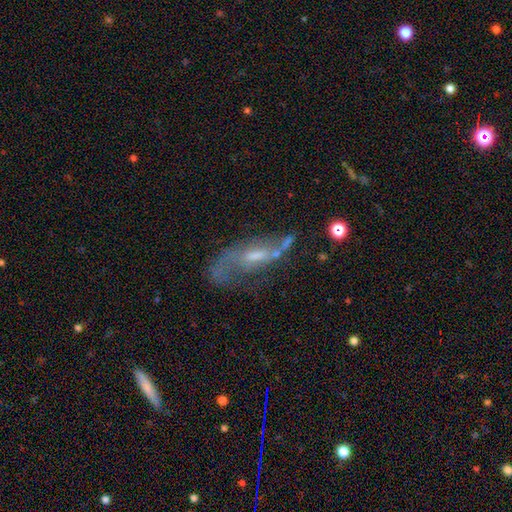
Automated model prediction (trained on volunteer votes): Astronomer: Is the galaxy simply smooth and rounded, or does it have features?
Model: featured or disk — 72%.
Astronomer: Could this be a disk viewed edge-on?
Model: no — 88%.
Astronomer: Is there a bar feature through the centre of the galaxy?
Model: weak — 49% (runner-up: no, 31%).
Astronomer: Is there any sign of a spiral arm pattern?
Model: yes — 79%.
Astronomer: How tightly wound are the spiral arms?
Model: loose — 74%.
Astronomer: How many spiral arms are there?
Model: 2 — 71%.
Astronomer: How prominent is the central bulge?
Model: moderate — 40% (runner-up: small, 38%).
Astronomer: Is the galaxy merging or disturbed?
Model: none — 40% (runner-up: major disturbance, 29%).